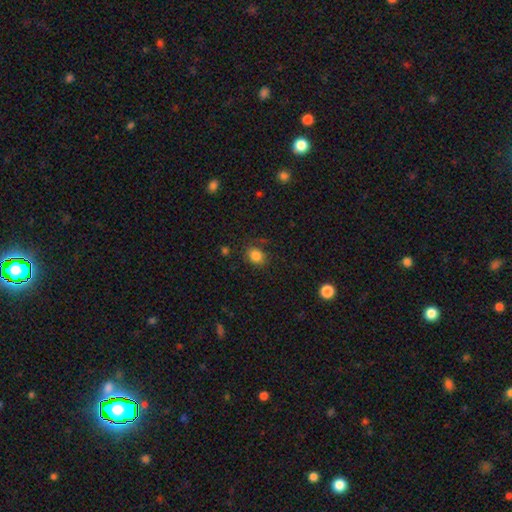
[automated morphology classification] A smooth galaxy with no disk features (83%) that is in between round and cigar-shaped (51%). Merging: none (78%).